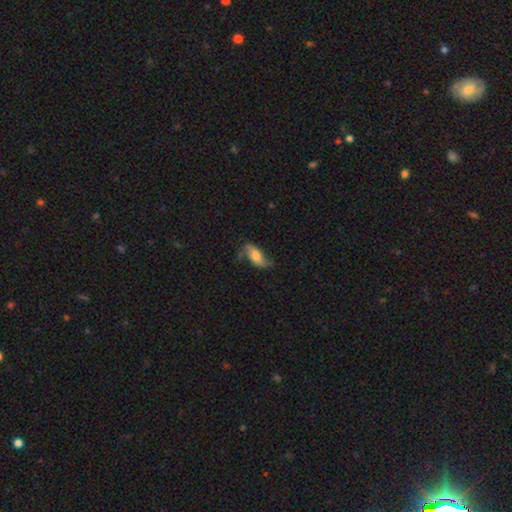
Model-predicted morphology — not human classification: smooth_or_featured: featured or disk (p=0.52) [alt: smooth p=0.40]
disk_edge_on: no (p=0.85) [alt: yes p=0.15]
merging: none (p=0.62) [alt: minor disturbance p=0.25]